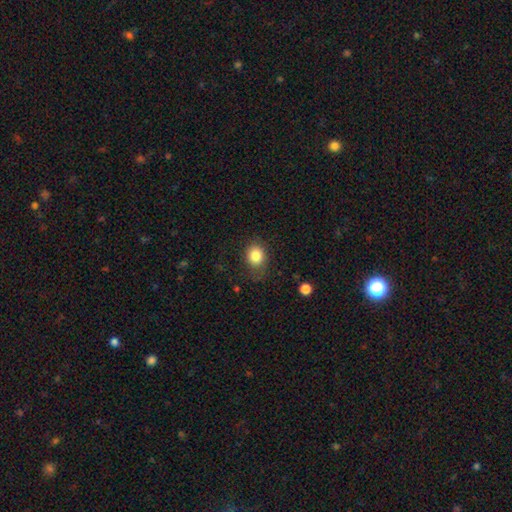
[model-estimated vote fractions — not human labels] Overall: smooth (84%). How rounded: round (58%; in between 41%). Merging: none (71%).